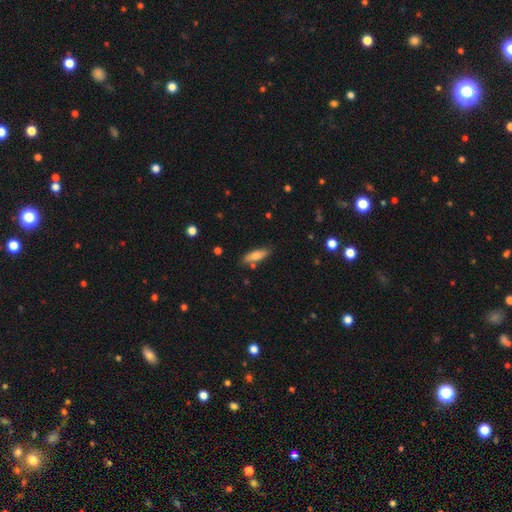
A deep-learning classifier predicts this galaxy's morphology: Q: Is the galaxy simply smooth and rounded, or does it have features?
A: smooth — 69%.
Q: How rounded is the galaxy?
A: in between — 56%.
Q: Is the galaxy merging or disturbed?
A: none — 79%.